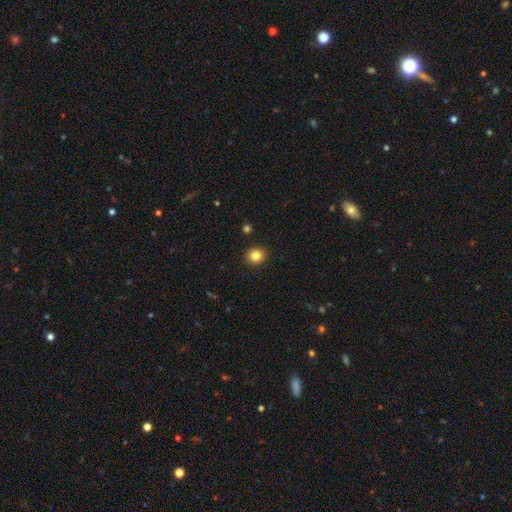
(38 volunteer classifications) A smooth galaxy with no disk features (92%) that is round (89%).

Vote fractions:
- Smooth or featured? smooth: 92% / star or artifact: 5% / featured or disk: 3%
- How rounded? round: 89% / in between: 11% / cigar-shaped: 0%
- Merging? none: 94% / minor disturbance: 3% / merger: 3% / major disturbance: 0%